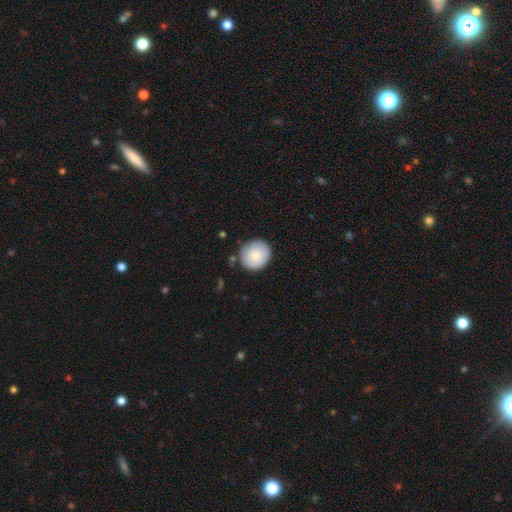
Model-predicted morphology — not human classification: A smooth galaxy with no disk features (86%) that is round (85%).

Vote fractions:
- Smooth or featured? smooth: 86% / featured or disk: 8% / star or artifact: 7%
- How rounded? round: 85% / in between: 14% / cigar-shaped: 1%
- Merging? none: 80% / minor disturbance: 14% / merger: 3% / major disturbance: 3%